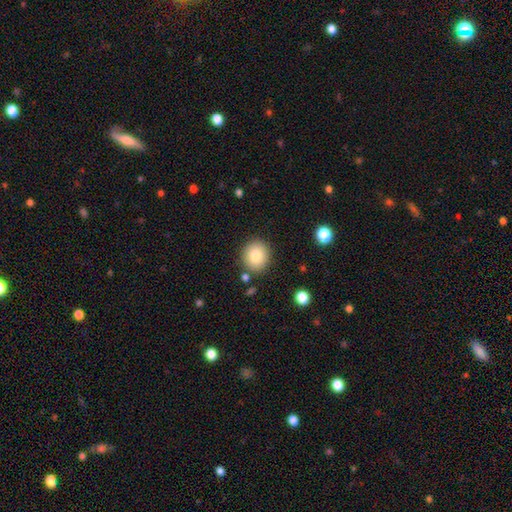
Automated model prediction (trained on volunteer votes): smooth 83%, star or artifact 9%, featured or disk 8%. Down the decision tree: how rounded — round (86%); merging — none (86%).